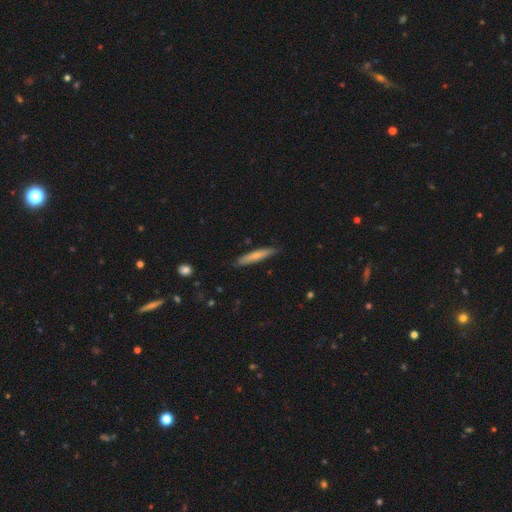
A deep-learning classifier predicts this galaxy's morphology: smooth-or-featured: smooth: 69% | featured or disk: 25% | star or artifact: 6%
  how-rounded: cigar-shaped: 92% | in between: 7% | round: 1%
  merging: none: 86% | minor disturbance: 11% | major disturbance: 2% | merger: 1%